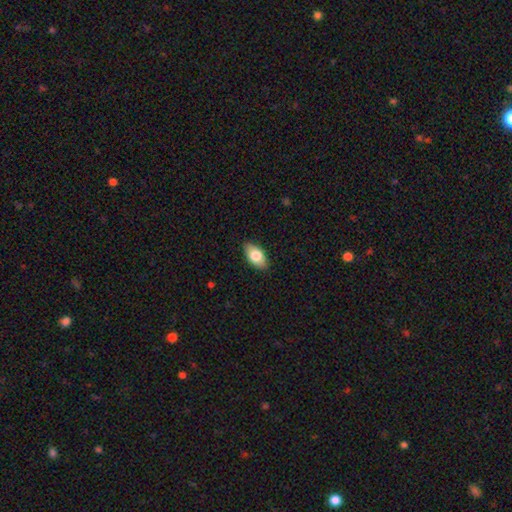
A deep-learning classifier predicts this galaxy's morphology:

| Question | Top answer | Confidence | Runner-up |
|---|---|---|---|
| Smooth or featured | smooth | 78% | featured or disk (16%) |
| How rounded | in between | 92% | round (5%) |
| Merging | none | 88% | minor disturbance (10%) |